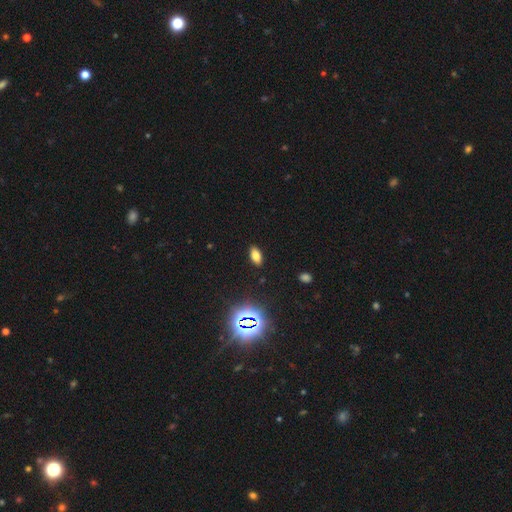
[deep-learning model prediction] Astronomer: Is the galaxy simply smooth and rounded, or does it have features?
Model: smooth — 71%.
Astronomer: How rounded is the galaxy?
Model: in between — 88%.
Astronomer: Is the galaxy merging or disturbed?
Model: none — 89%.